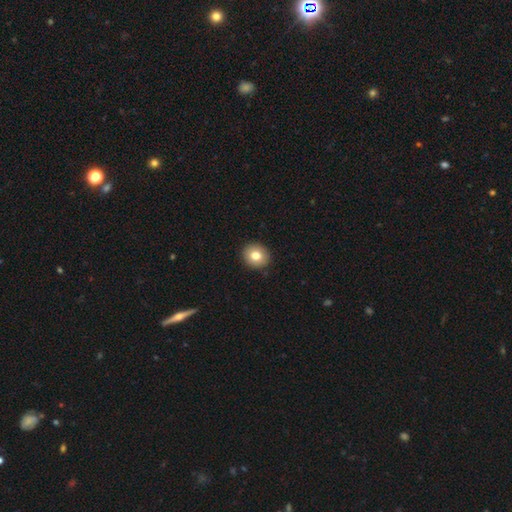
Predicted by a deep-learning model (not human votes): The model was most divided on "smooth or featured": smooth: 78%, featured or disk: 12%, star or artifact: 9%. More confident: merging — none (92%); how rounded — round (84%).